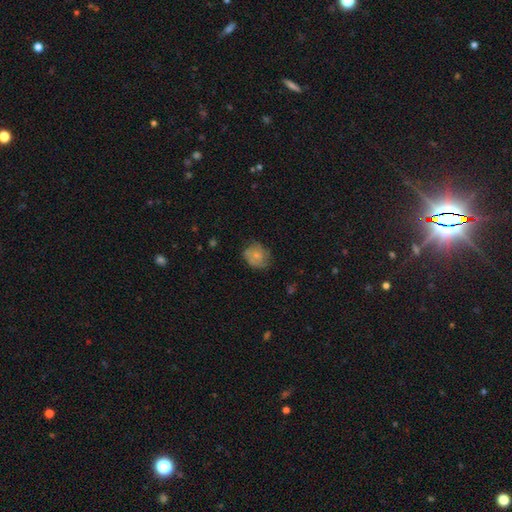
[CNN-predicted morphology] This is possibly a smooth galaxy (53%). How rounded: likely round (69%). Merging: likely none (64%).